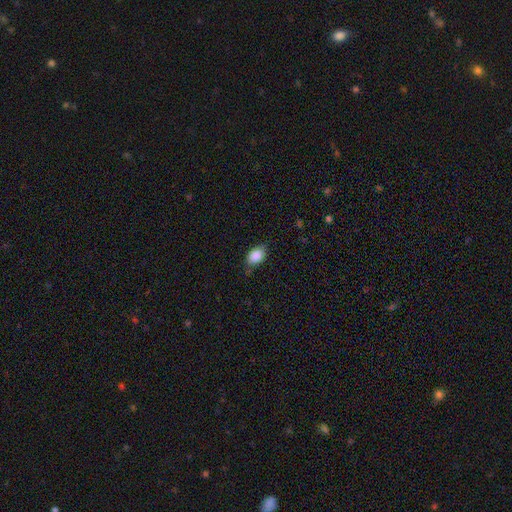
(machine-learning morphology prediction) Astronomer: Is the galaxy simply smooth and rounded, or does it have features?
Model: smooth — 86%.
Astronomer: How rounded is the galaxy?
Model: in between — 82%.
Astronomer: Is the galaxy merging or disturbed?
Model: none — 71%.